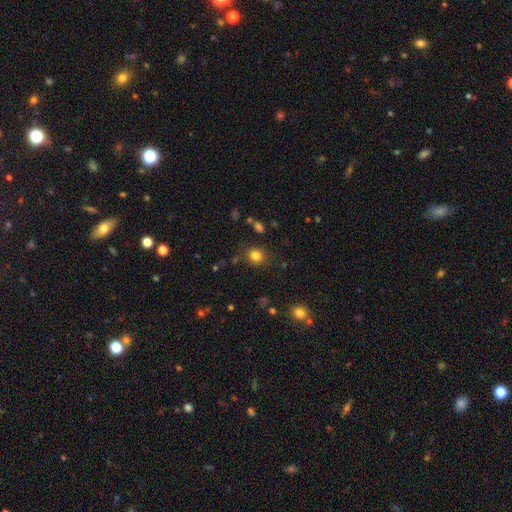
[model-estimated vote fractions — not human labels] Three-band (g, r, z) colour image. It shows a smooth galaxy with no disk features (81%) that is round (69%). Merging: none (83%).